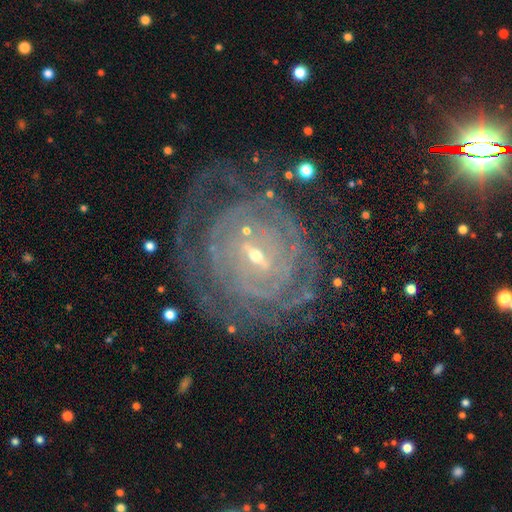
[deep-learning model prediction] Morphology: type=featured or disk (86%); edge-on=no (97%); bar=weak (47%); spiral arms=yes (93%); winding=tight (83%); arm count=can't tell (42%); bulge=small (79%); merging=none (70%).